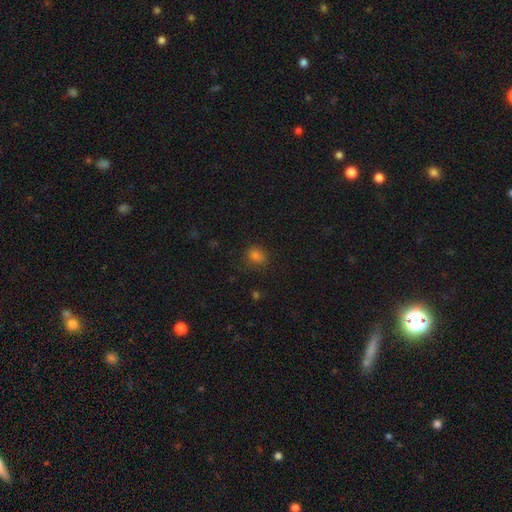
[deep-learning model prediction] Morphology: type=smooth (78%); roundness=round (56%); merging=none (75%).